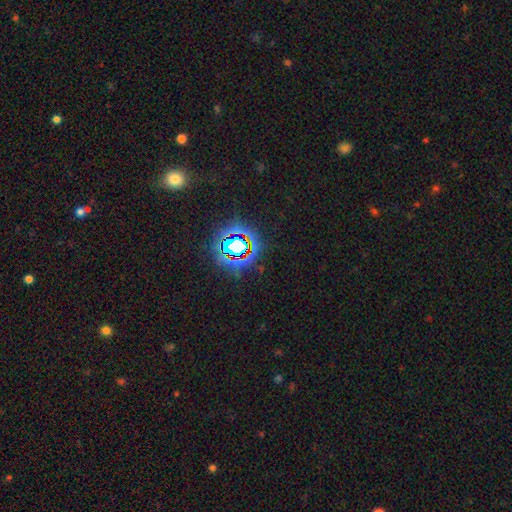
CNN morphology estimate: smooth-or-featured: star or artifact: 80% | smooth: 13% | featured or disk: 7%